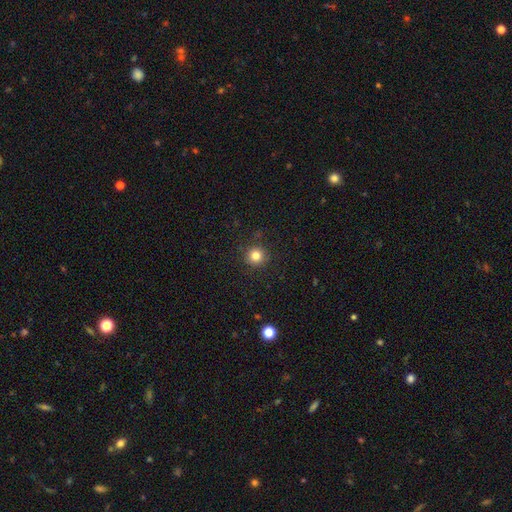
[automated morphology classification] type=smooth (81%); roundness=round (95%); merging=none (90%).